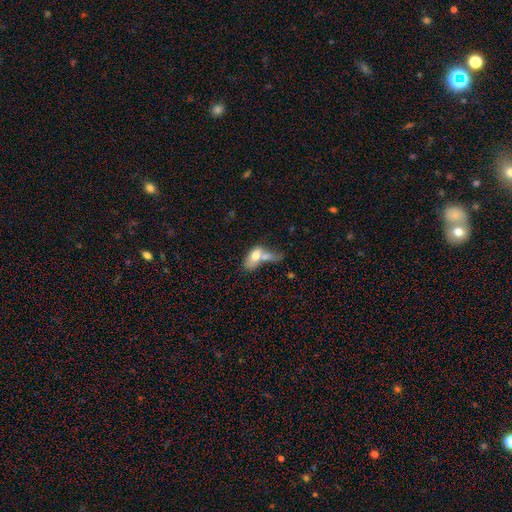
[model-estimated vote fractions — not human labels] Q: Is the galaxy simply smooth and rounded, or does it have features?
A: smooth — 67%.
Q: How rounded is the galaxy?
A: in between — 81%.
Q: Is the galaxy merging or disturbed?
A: merger — 66%.